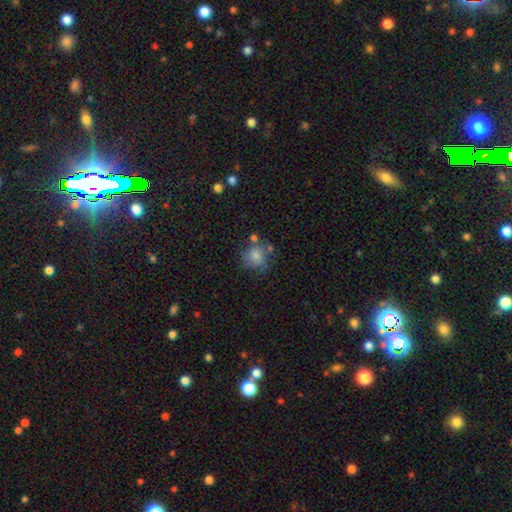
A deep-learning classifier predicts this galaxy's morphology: Smooth or featured?
  - smooth: 76% *
  - featured or disk: 14%
  - star or artifact: 10%
How rounded?
  - round: 81% *
  - in between: 18%
  - cigar-shaped: 1%
Merging?
  - none: 53% *
  - minor disturbance: 22%
  - merger: 14%
  - major disturbance: 11%